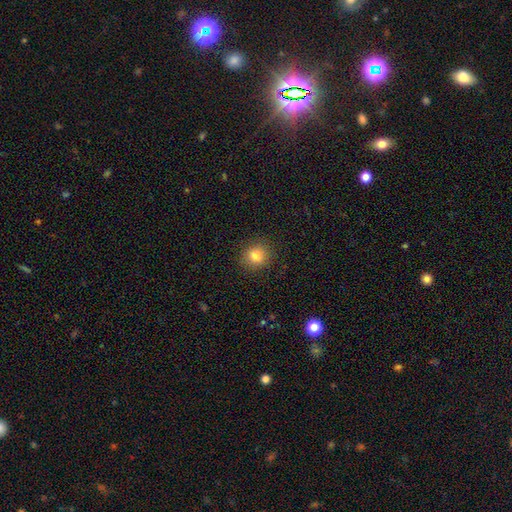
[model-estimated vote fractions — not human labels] This appears to be a smooth galaxy with no disk features (83%) that is round (77%). Merging: none (88%).